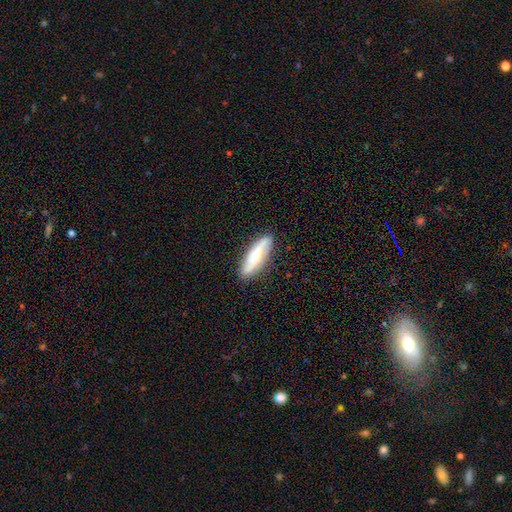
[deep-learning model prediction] A featured or disk galaxy (57%). Merging: none (84%).